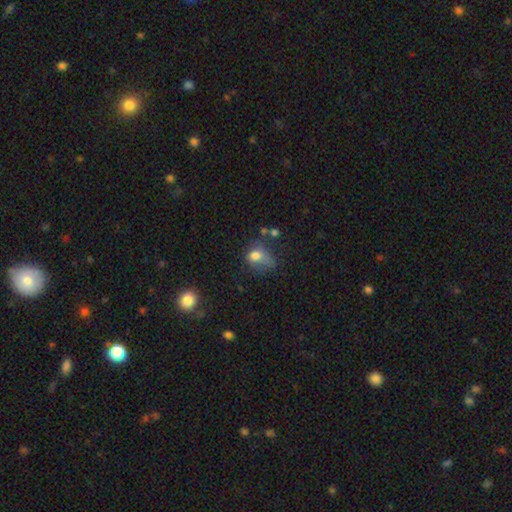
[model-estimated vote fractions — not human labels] Smooth or featured?
  - smooth: 71% *
  - featured or disk: 16%
  - star or artifact: 13%
How rounded?
  - in between: 53% *
  - round: 45%
  - cigar-shaped: 2%
Merging?
  - major disturbance: 37% *
  - minor disturbance: 27%
  - none: 27%
  - merger: 9%